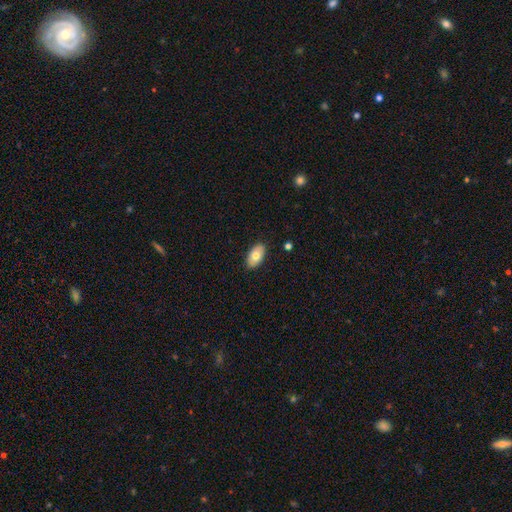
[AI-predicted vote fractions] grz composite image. It shows a smooth galaxy with no disk features (75%) that is in between round and cigar-shaped (94%). Merging: none (89%).